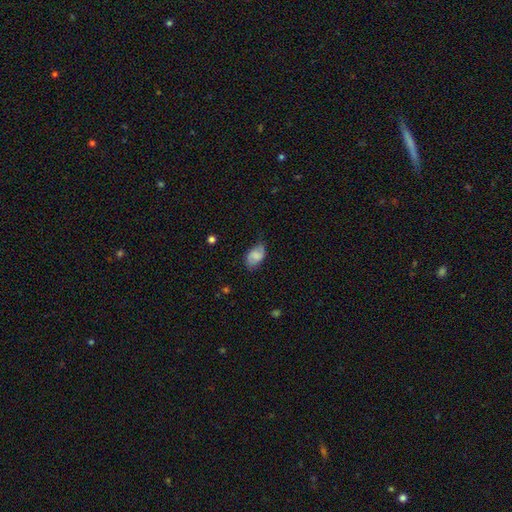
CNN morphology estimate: This appears to be a smooth galaxy with no disk features (68%) that is in between round and cigar-shaped (90%). Merging: none (59%).